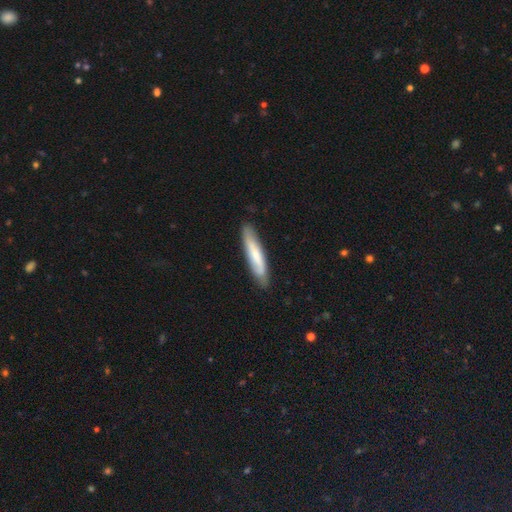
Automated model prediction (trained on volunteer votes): Smooth or featured: smooth — 58% (featured or disk — 37%)
How rounded: cigar-shaped — 84% (in between — 15%)
Merging: none — 83% (minor disturbance — 13%)